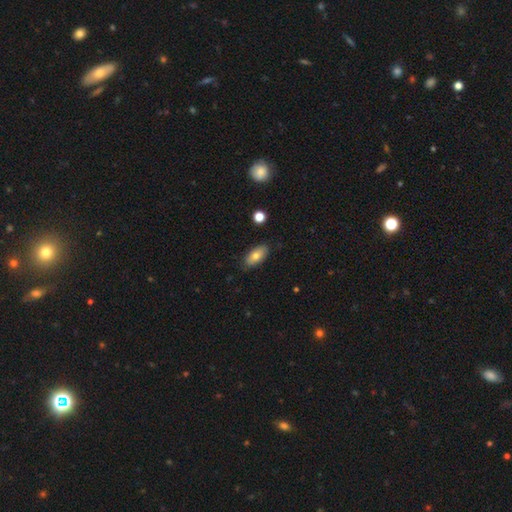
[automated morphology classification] Q: Smooth or featured?
A: smooth (75%); runner-up: featured or disk (18%)
Q: How rounded?
A: in between (89%); runner-up: cigar-shaped (8%)
Q: Merging?
A: none (85%); runner-up: minor disturbance (11%)